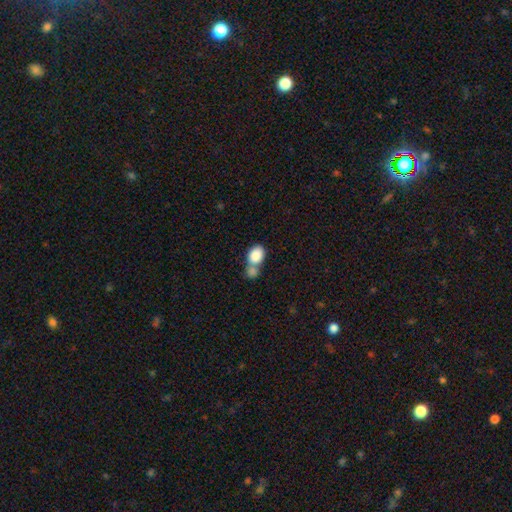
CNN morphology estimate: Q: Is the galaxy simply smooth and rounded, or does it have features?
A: smooth — 86%.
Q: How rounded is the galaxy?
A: in between — 78%.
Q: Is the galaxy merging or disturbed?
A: merger — 59%.